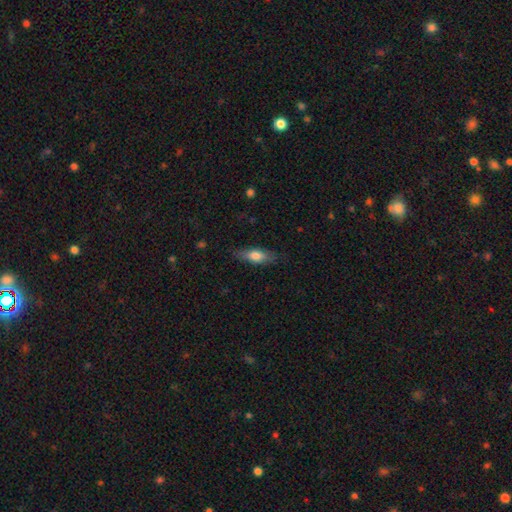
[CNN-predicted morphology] Smooth or featured? Predicted: smooth (p=0.69). How rounded? Predicted: in between (p=0.60). Merging? Predicted: none (p=0.80).